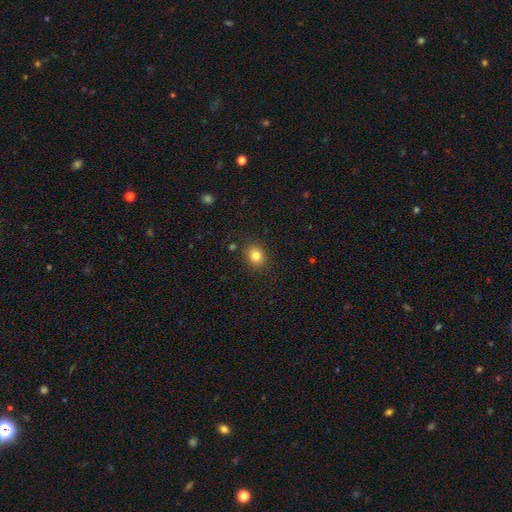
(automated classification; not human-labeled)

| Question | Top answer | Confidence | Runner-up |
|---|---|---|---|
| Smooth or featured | smooth | 82% | star or artifact (11%) |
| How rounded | round | 67% | in between (33%) |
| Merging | none | 88% | minor disturbance (8%) |